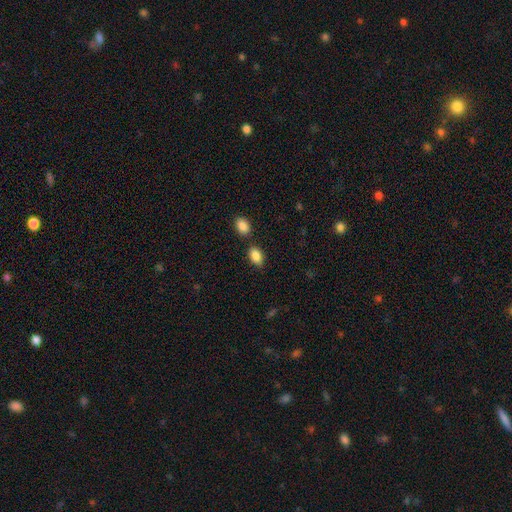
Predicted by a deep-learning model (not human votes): A smooth galaxy with no disk features (87%) that is in between round and cigar-shaped (89%).

Vote fractions:
- Smooth or featured? smooth: 87% / star or artifact: 8% / featured or disk: 5%
- How rounded? in between: 89% / round: 10% / cigar-shaped: 2%
- Merging? none: 76% / minor disturbance: 11% / merger: 10% / major disturbance: 3%